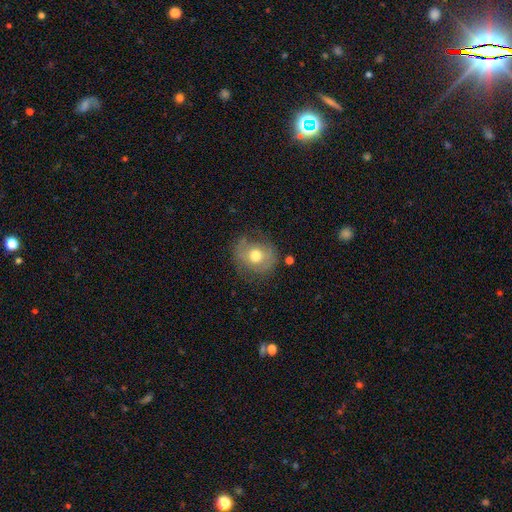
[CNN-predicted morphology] A smooth galaxy with no disk features (57%) that is round (76%).

Vote fractions:
- Smooth or featured? smooth: 57% / featured or disk: 35% / star or artifact: 9%
- How rounded? round: 76% / in between: 23% / cigar-shaped: 1%
- Merging? none: 67% / minor disturbance: 21% / major disturbance: 10% / merger: 2%